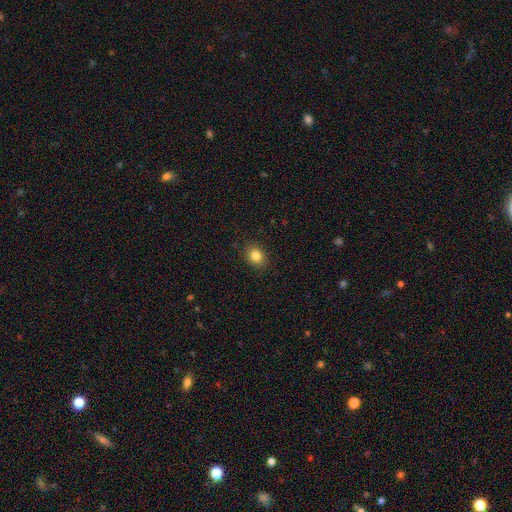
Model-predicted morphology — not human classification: Q: Smooth or featured?
A: smooth (83%); runner-up: star or artifact (11%)
Q: How rounded?
A: round (55%); runner-up: in between (44%)
Q: Merging?
A: none (89%); runner-up: minor disturbance (8%)